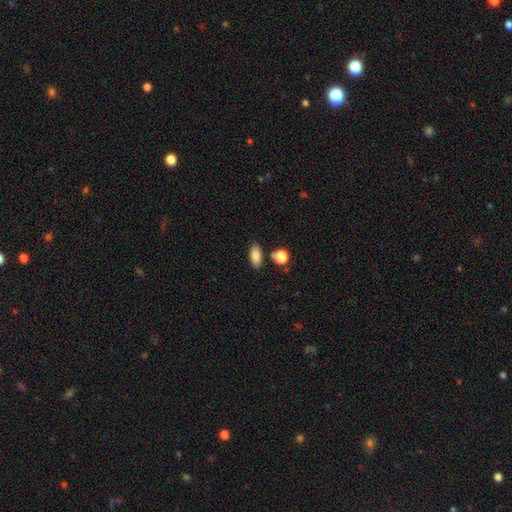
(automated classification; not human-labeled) Q: Smooth or featured?
A: smooth (85%); runner-up: star or artifact (9%)
Q: How rounded?
A: in between (85%); runner-up: cigar-shaped (9%)
Q: Merging?
A: none (79%); runner-up: minor disturbance (10%)